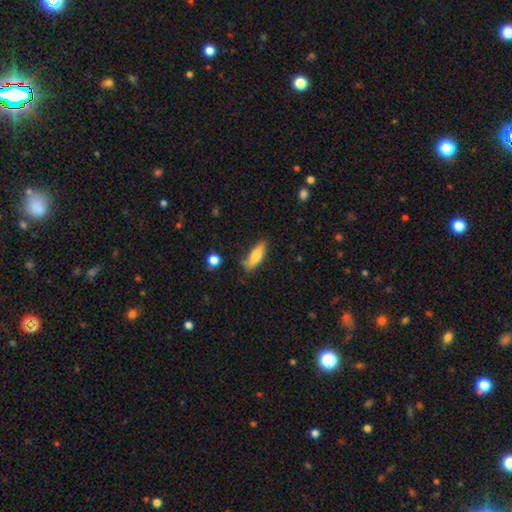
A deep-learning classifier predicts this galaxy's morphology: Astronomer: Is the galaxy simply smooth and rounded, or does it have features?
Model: smooth — 71%.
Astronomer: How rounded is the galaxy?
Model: in between — 53% (runner-up: cigar-shaped, 45%).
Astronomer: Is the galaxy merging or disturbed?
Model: none — 63%.